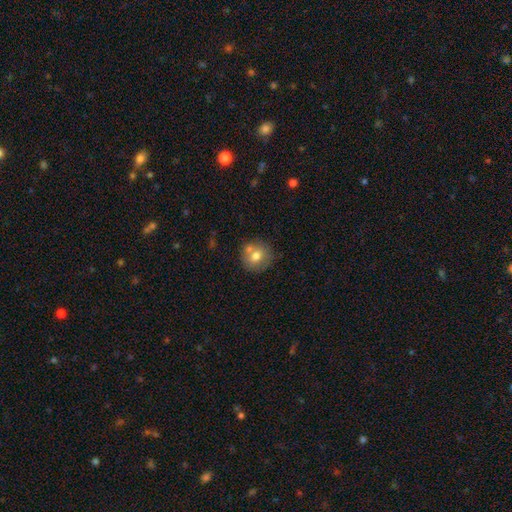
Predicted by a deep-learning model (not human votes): A smooth galaxy with no disk features (71%) that is round (86%).

Vote fractions:
- Smooth or featured? smooth: 71% / featured or disk: 20% / star or artifact: 9%
- How rounded? round: 86% / in between: 13% / cigar-shaped: 1%
- Merging? none: 62% / merger: 21% / minor disturbance: 14% / major disturbance: 4%